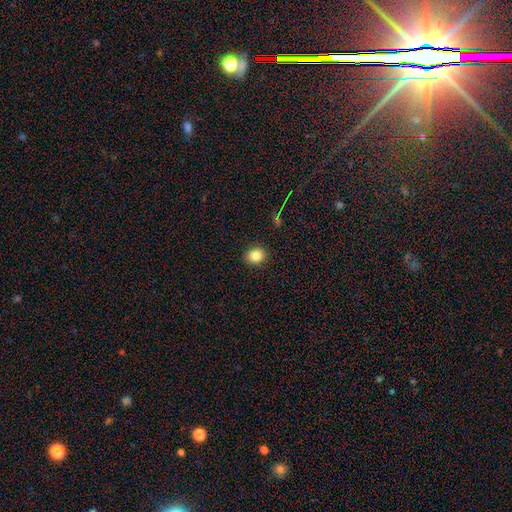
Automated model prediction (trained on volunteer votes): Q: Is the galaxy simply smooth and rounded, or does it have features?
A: smooth — 83%.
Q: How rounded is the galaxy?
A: round — 60%.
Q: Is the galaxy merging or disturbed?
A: none — 90%.